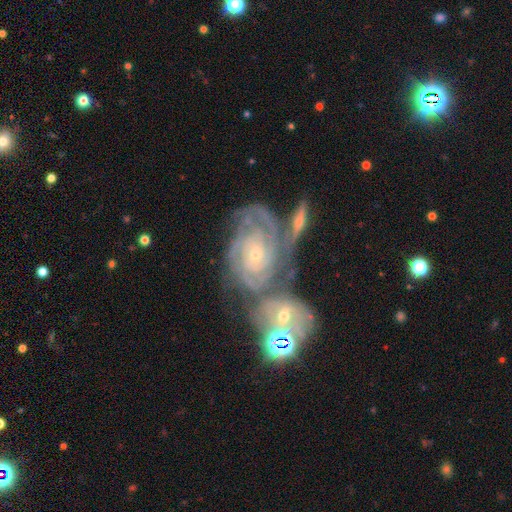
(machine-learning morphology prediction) Smooth or featured?
  - featured or disk: 87% *
  - star or artifact: 7%
  - smooth: 6%
Edge-on disk?
  - no: 96% *
  - yes: 4%
Bar?
  - no: 73% *
  - weak: 20%
  - strong: 7%
Spiral arms?
  - yes: 97% *
  - no: 3%
Spiral winding?
  - tight: 77% *
  - medium: 20%
  - loose: 3%
Spiral arm count?
  - 3: 26% * (tied)
  - can't tell: 26% * (tied)
  - 4: 18%
  - 2: 15%
  - more than 4: 9%
  - 1: 6%
Bulge size?
  - small: 75% *
  - moderate: 21%
  - none: 2%
  - large: 1%
  - dominant: 1%
Merging?
  - merger: 44% *
  - none: 31%
  - minor disturbance: 15%
  - major disturbance: 10%